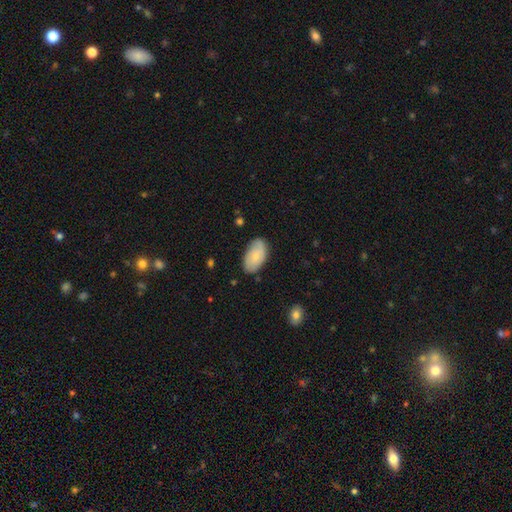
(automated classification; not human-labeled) A smooth galaxy with no disk features (68%) that is in between round and cigar-shaped (94%).

Vote fractions:
- Smooth or featured? smooth: 68% / featured or disk: 26% / star or artifact: 6%
- How rounded? in between: 94% / round: 4% / cigar-shaped: 2%
- Merging? none: 77% / minor disturbance: 18% / major disturbance: 3% / merger: 1%